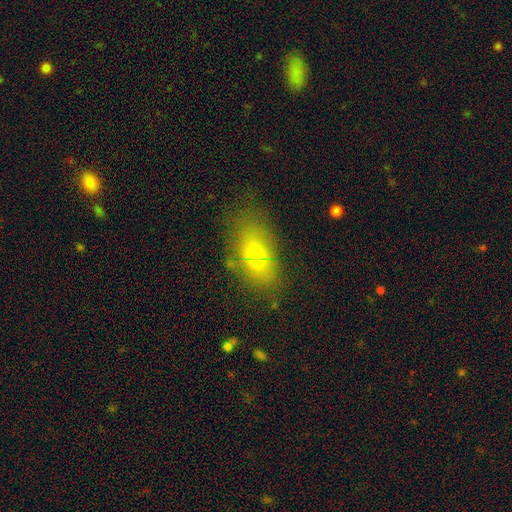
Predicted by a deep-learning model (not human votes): A smooth galaxy with no disk features (68%) that is in between round and cigar-shaped (85%). Merging: none (71%).